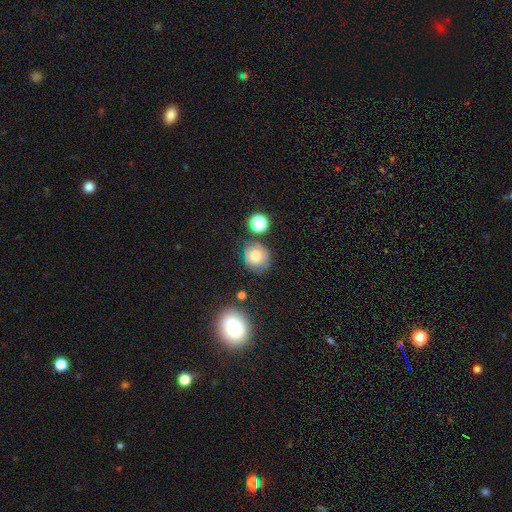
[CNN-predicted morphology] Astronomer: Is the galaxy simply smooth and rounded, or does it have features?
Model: smooth — 70%.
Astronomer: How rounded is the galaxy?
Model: round — 84%.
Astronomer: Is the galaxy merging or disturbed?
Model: none — 71%.